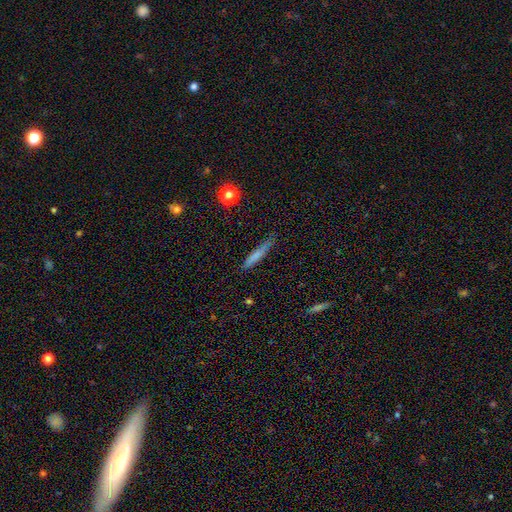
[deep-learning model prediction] Overall: smooth (69%). How rounded: cigar-shaped (93%). Merging: none (80%).